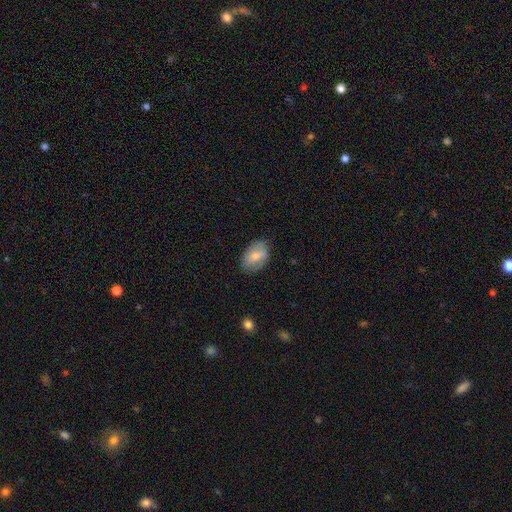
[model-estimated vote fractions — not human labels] Smooth or featured?
  - smooth: 70% *
  - featured or disk: 23%
  - star or artifact: 7%
How rounded?
  - in between: 86% *
  - round: 13%
  - cigar-shaped: 1%
Merging?
  - none: 75% *
  - minor disturbance: 19%
  - major disturbance: 4%
  - merger: 1%